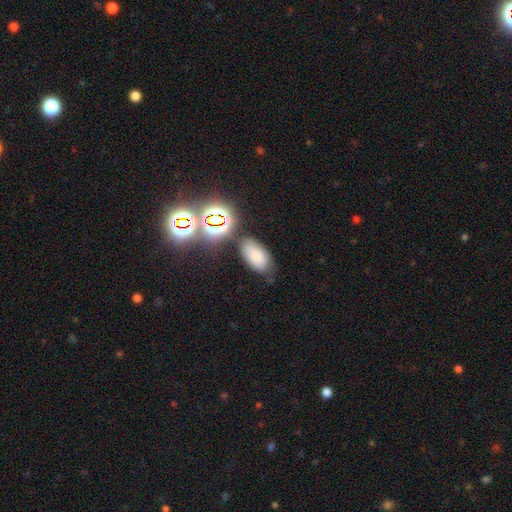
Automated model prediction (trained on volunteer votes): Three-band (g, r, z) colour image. It shows a smooth galaxy with no disk features (70%) that is in between round and cigar-shaped (92%). Merging: none (70%).